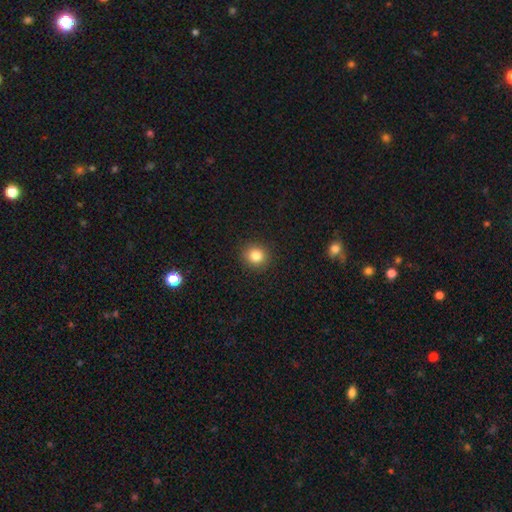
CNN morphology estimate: type=smooth (84%); roundness=round (87%); merging=none (91%).